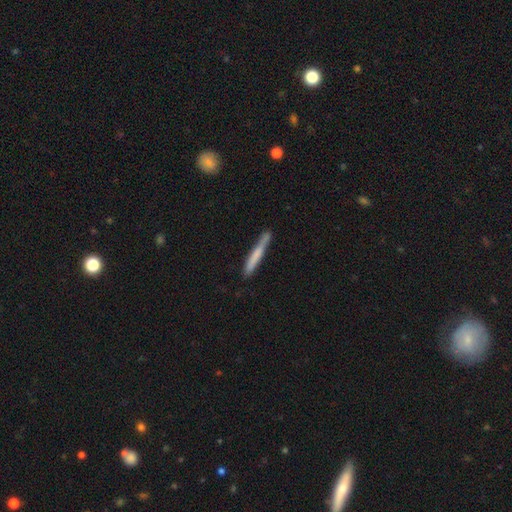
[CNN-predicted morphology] This is likely a smooth galaxy (65%). How rounded: clearly cigar-shaped (96%). Merging: likely none (77%).